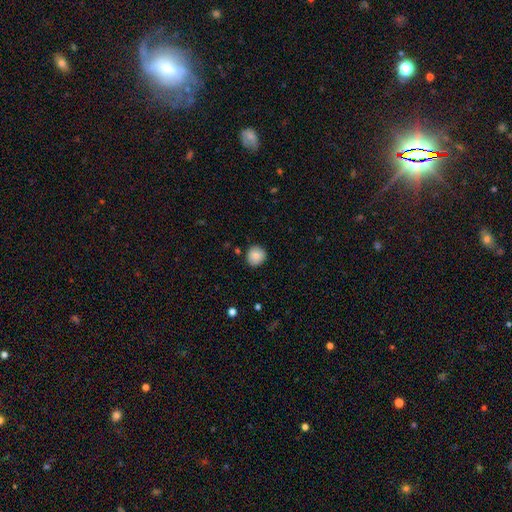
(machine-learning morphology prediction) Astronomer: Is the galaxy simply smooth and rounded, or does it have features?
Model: smooth — 84%.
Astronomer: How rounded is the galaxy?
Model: round — 90%.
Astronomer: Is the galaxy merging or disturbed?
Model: none — 86%.